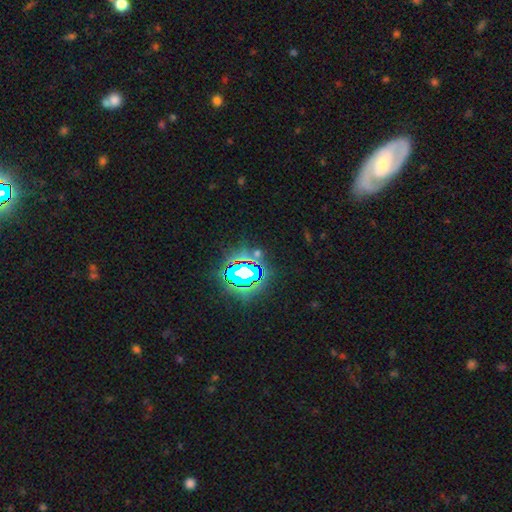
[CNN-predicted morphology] Smooth or featured? Predicted: star or artifact (p=0.72).